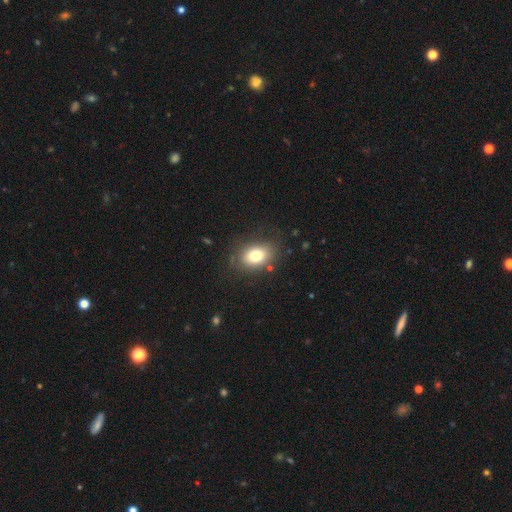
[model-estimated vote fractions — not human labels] Q: Smooth or featured?
A: smooth (76%); runner-up: featured or disk (13%)
Q: How rounded?
A: in between (75%); runner-up: round (24%)
Q: Merging?
A: none (80%); runner-up: minor disturbance (13%)